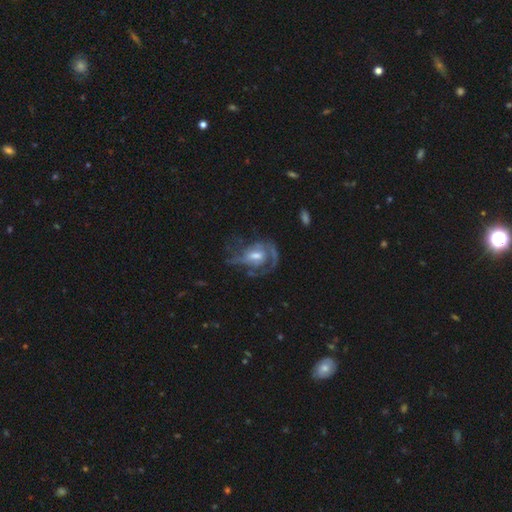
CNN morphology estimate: Overall: featured or disk (80%). Edge-on disk: no (97%). Bar: weak (46%; no 40%). Spiral arms: yes (86%). Spiral arm count: 2 (36%; can't tell 27%). Spiral winding: medium (44%; tight 36%). Bulge size: moderate (56%; small 25%). Merging: none (43%; major disturbance 34%).